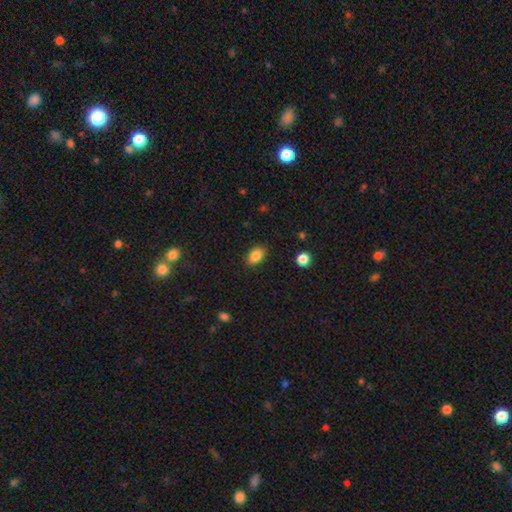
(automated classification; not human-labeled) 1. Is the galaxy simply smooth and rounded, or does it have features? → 85% smooth, 9% star or artifact, 6% featured or disk.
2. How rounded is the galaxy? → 87% in between, 12% round, 2% cigar-shaped.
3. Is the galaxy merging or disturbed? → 86% none, 10% minor disturbance, 2% major disturbance, 1% merger.